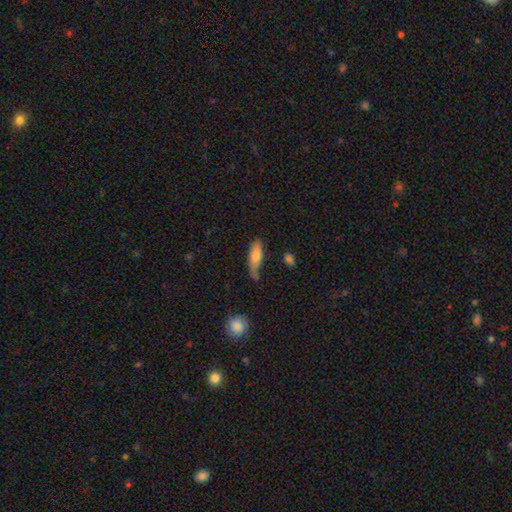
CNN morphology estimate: smooth_or_featured: smooth (p=0.74) [alt: featured or disk p=0.20]
how_rounded: in between (p=0.55) [alt: cigar-shaped p=0.42]
merging: none (p=0.47) [alt: minor disturbance p=0.35]